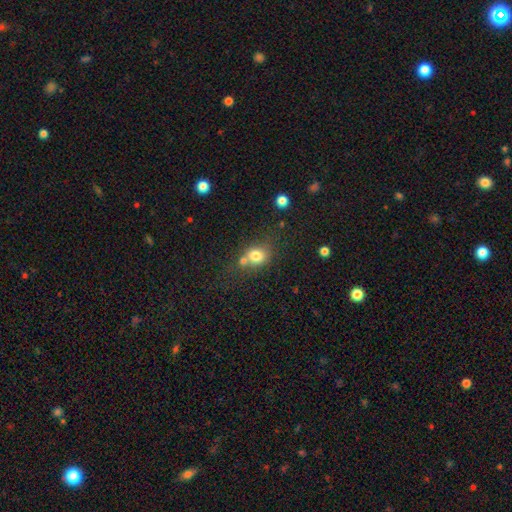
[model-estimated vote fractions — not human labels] Smooth or featured?
  - smooth: 77% *
  - star or artifact: 12%
  - featured or disk: 11%
How rounded?
  - round: 64% *
  - in between: 35%
  - cigar-shaped: 1%
Merging?
  - none: 48% *
  - merger: 33%
  - minor disturbance: 13%
  - major disturbance: 6%